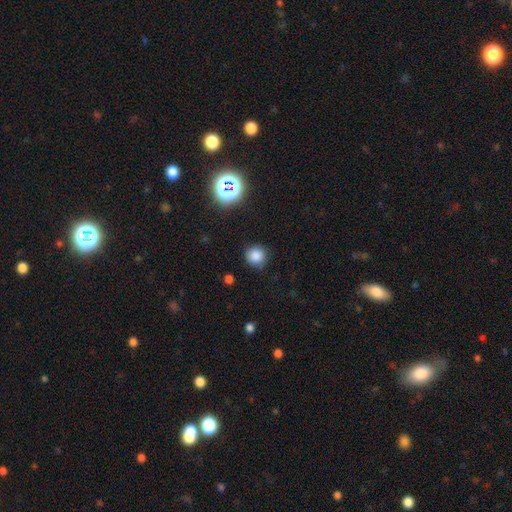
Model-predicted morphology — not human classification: This appears to be a smooth galaxy with no disk features (81%) that is round (92%). Merging: none (85%).